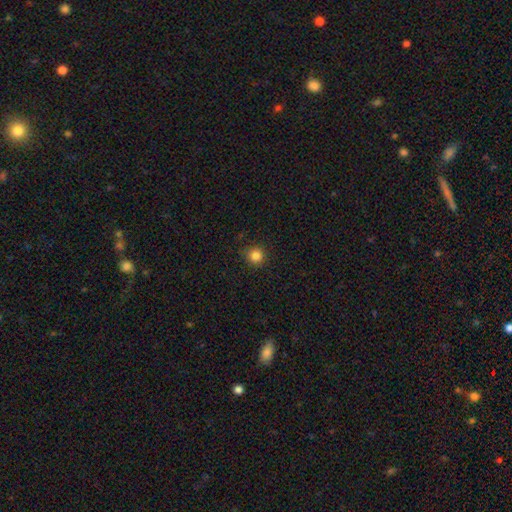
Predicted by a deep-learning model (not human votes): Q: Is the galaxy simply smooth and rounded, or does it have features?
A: smooth — 85%.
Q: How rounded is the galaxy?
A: round — 94%.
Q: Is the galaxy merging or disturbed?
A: none — 87%.